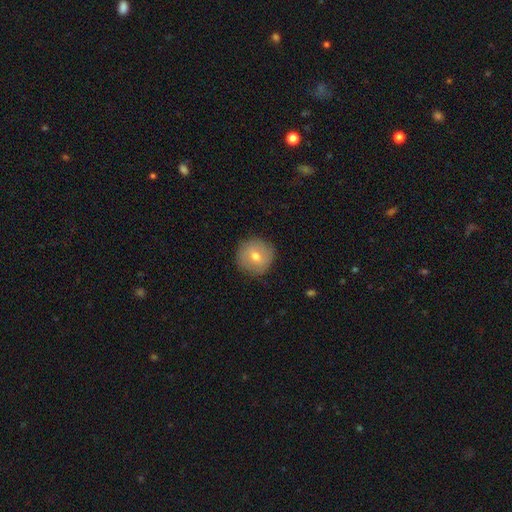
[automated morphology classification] smooth_or_featured: smooth (p=0.61) [alt: featured or disk p=0.30]
how_rounded: round (p=0.95) [alt: in between p=0.04]
merging: none (p=0.88) [alt: minor disturbance p=0.09]